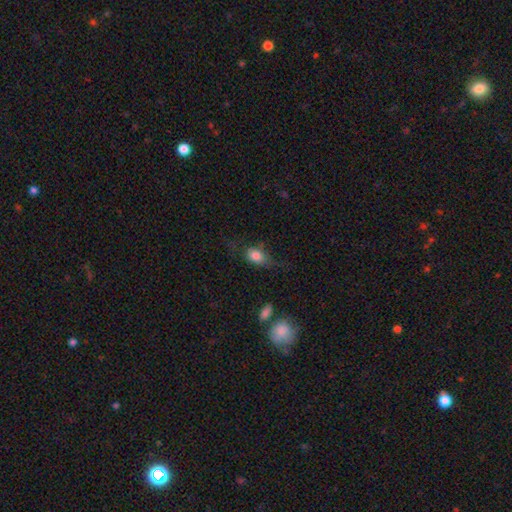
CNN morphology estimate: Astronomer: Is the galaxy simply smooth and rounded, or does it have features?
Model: smooth — 78%.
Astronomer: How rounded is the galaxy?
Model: in between — 75%.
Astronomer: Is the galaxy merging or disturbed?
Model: none — 42% (runner-up: minor disturbance, 30%).